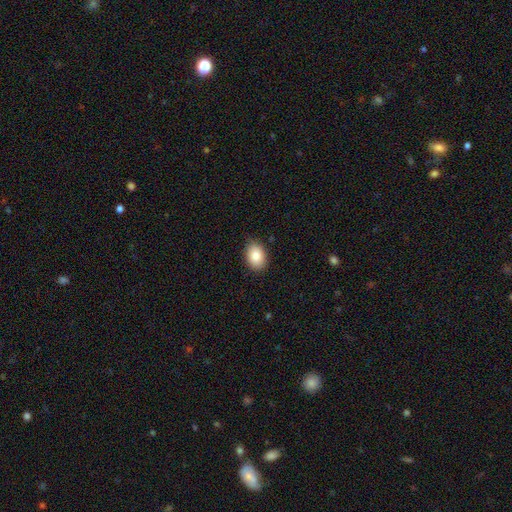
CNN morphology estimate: This is clearly a smooth galaxy (84%). How rounded: likely in between (74%). Merging: clearly none (85%).